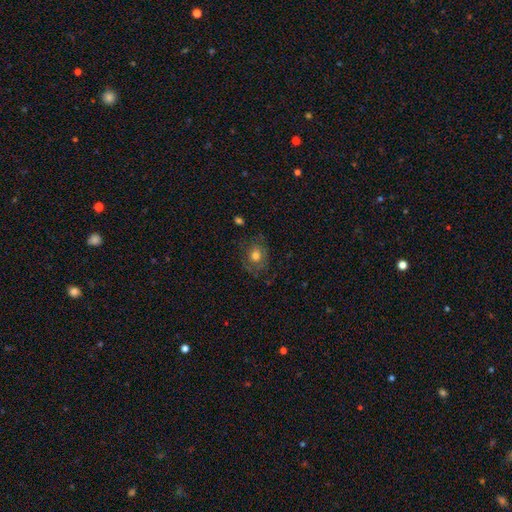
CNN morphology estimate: smooth 63%, featured or disk 25%, star or artifact 11%. Down the decision tree: how rounded — round (63%); merging — none (68%).